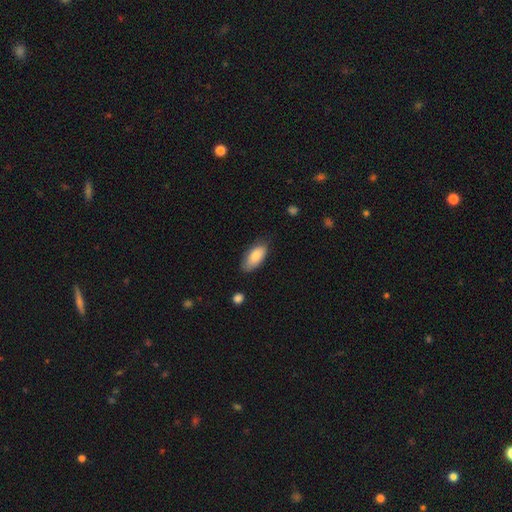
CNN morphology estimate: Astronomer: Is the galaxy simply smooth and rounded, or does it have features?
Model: smooth — 82%.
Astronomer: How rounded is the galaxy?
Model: in between — 91%.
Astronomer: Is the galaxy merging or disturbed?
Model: none — 74%.